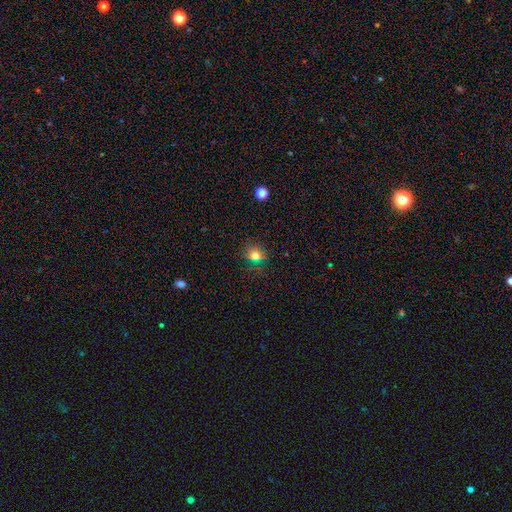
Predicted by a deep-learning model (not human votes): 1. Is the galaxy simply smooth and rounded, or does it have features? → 75% smooth, 18% star or artifact, 7% featured or disk.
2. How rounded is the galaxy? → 68% round, 30% in between, 2% cigar-shaped.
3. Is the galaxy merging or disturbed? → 80% none, 13% minor disturbance, 4% major disturbance, 2% merger.